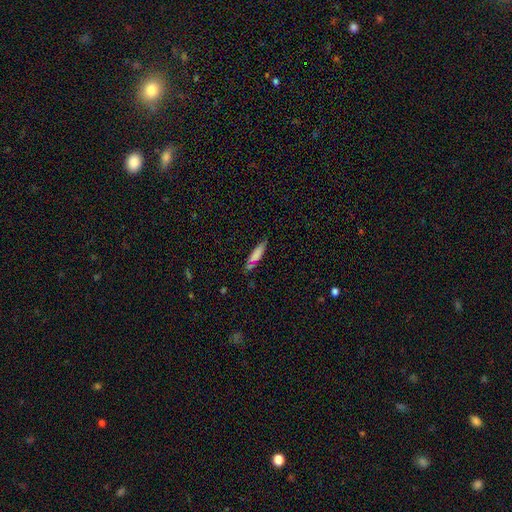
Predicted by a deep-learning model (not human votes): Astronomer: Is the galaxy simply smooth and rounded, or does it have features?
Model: smooth — 75%.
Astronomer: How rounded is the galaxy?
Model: cigar-shaped — 73%.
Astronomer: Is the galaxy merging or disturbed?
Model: none — 73%.